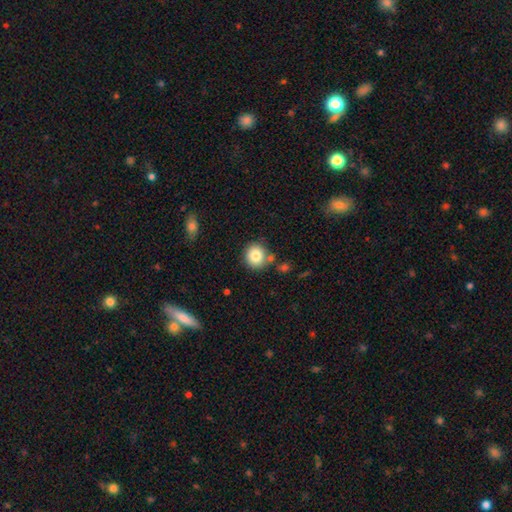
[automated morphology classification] Smooth or featured? Predicted: smooth (p=0.83). How rounded? Predicted: round (p=0.90). Merging? Predicted: none (p=0.78).